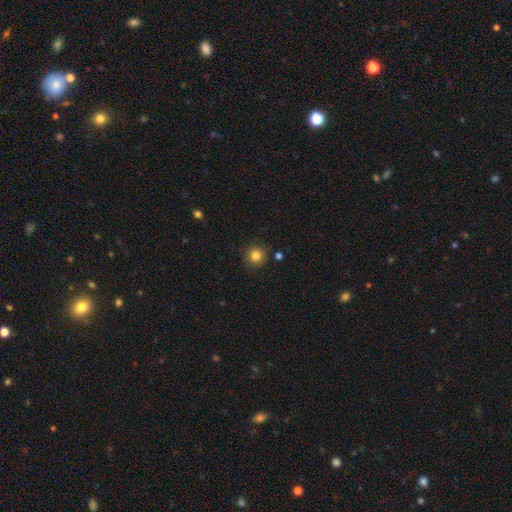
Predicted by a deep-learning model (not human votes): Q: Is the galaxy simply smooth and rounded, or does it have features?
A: smooth — 82%.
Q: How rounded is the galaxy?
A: round — 95%.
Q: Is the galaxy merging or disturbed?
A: none — 89%.